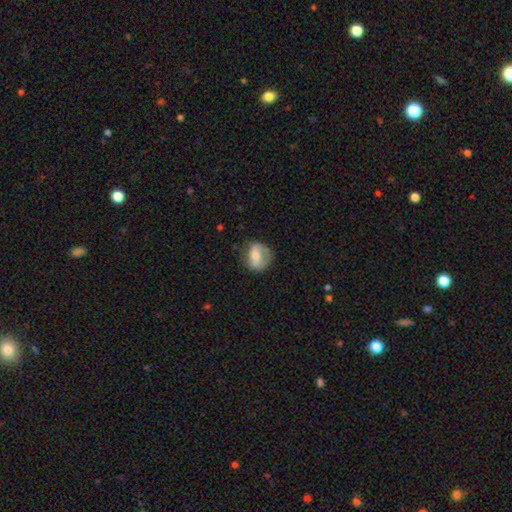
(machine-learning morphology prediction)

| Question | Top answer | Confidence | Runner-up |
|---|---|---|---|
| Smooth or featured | smooth | 56% | featured or disk (36%) |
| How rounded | round | 60% | in between (38%) |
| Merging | none | 66% | minor disturbance (23%) |